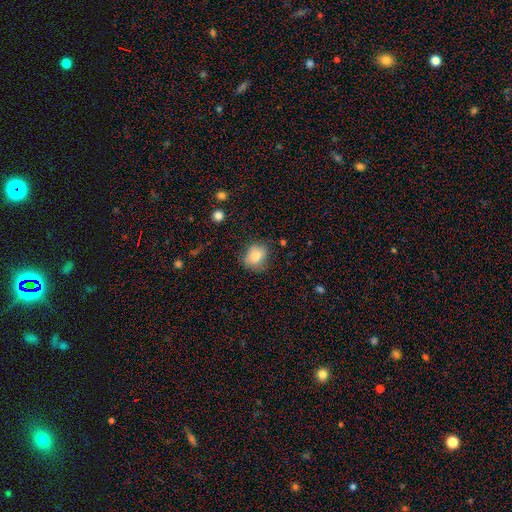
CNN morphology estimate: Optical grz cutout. It shows a smooth galaxy with no disk features (81%) that is round (62%). Merging: none (74%).